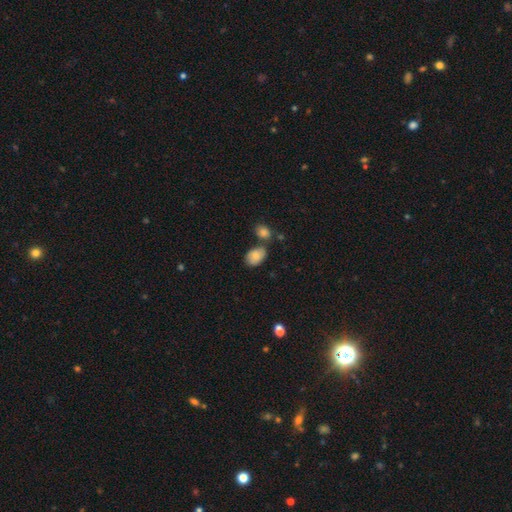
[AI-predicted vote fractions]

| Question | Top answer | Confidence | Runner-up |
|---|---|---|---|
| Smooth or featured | smooth | 83% | featured or disk (10%) |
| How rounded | in between | 85% | round (13%) |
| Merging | none | 58% | merger (22%) |